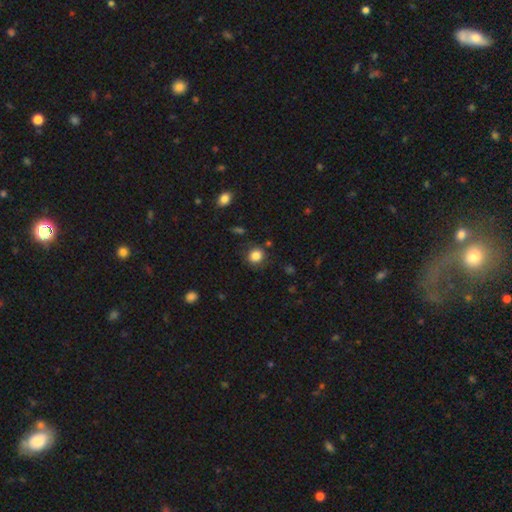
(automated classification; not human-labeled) smooth 85%, star or artifact 11%, featured or disk 4%. Down the decision tree: how rounded — round (83%); merging — none (85%).